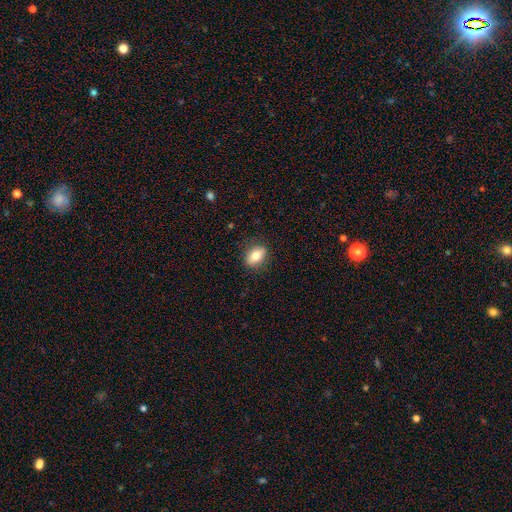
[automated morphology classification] Smooth or featured?
  - smooth: 76% *
  - featured or disk: 16%
  - star or artifact: 8%
How rounded?
  - in between: 81% *
  - round: 14%
  - cigar-shaped: 5%
Merging?
  - none: 83% *
  - minor disturbance: 12%
  - major disturbance: 3%
  - merger: 1%